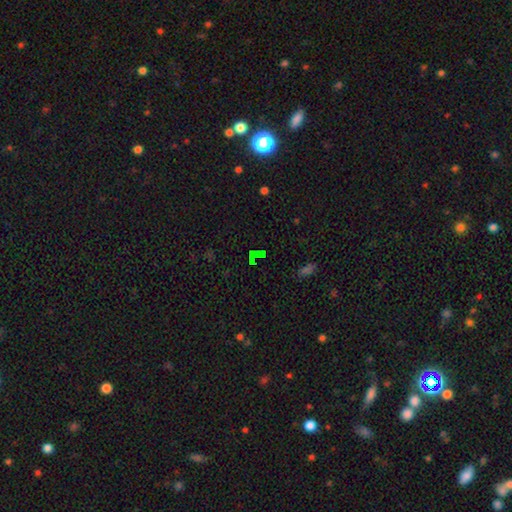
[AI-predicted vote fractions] smooth-or-featured: star or artifact: 65% | smooth: 23% | featured or disk: 12%